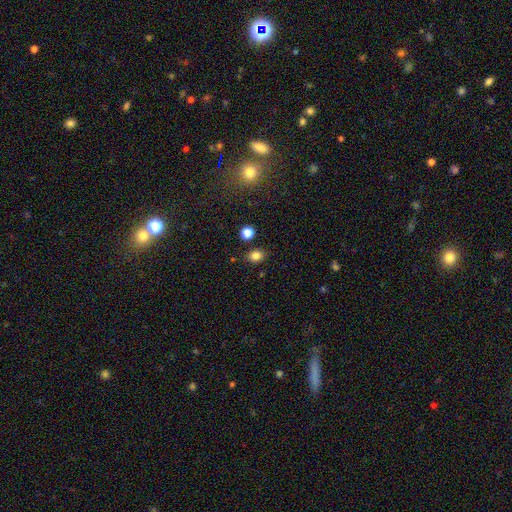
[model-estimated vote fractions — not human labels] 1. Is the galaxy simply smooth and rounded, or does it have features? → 82% smooth, 12% star or artifact, 5% featured or disk.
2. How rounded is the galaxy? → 56% in between, 42% round, 1% cigar-shaped.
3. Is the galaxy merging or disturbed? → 81% none, 11% minor disturbance, 5% merger, 3% major disturbance.